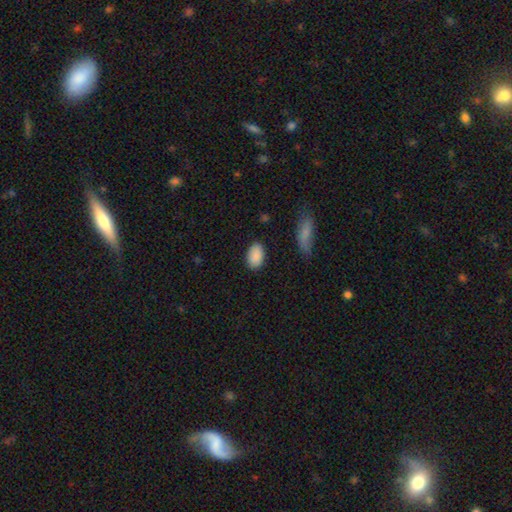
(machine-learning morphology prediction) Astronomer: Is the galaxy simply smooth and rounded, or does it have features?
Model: smooth — 89%.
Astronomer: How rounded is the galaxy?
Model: in between — 92%.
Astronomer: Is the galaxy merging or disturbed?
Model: none — 85%.